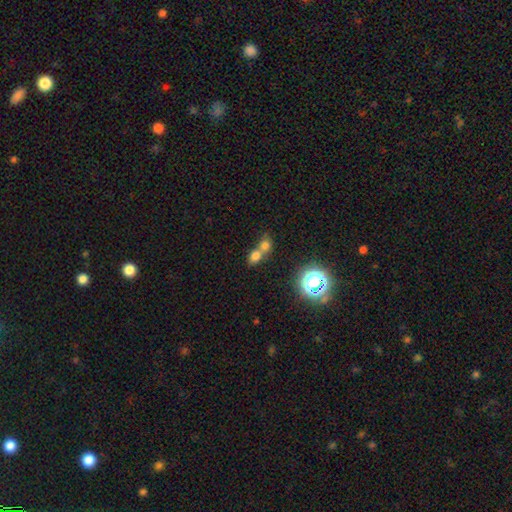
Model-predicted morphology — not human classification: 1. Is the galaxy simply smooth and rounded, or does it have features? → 69% smooth, 18% star or artifact, 12% featured or disk.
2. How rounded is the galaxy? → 49% round, 48% in between, 2% cigar-shaped.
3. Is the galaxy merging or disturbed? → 65% merger, 26% none, 6% minor disturbance, 3% major disturbance.